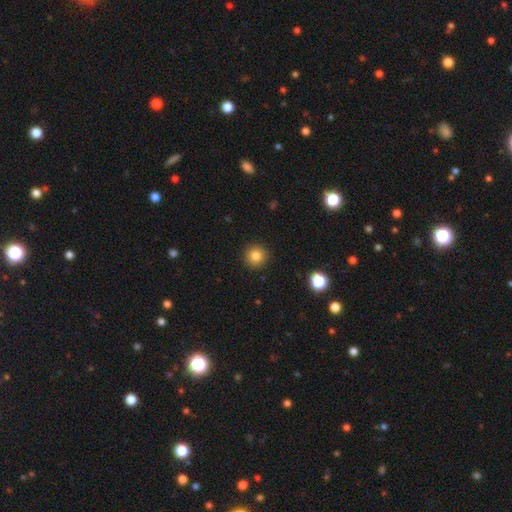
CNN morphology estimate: A smooth galaxy with no disk features (82%) that is round (95%). Merging: none (92%).